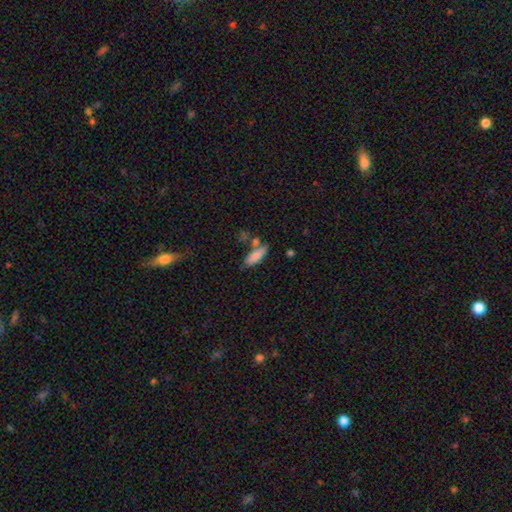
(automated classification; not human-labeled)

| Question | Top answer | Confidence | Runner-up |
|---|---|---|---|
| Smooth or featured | smooth | 81% | featured or disk (12%) |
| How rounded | in between | 55% | cigar-shaped (42%) |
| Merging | none | 58% | merger (19%) |